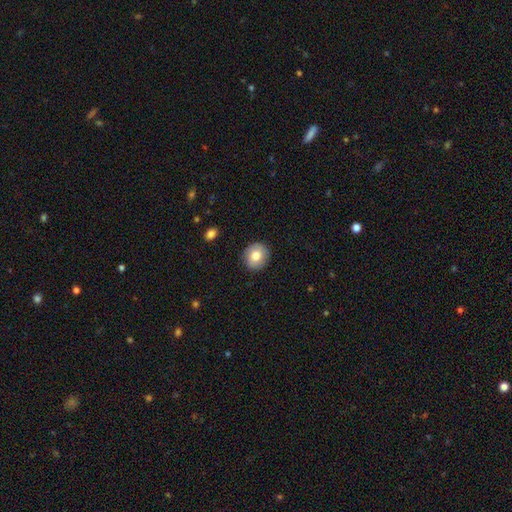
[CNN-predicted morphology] This is likely a smooth galaxy (78%). How rounded: clearly round (82%). Merging: clearly none (89%).